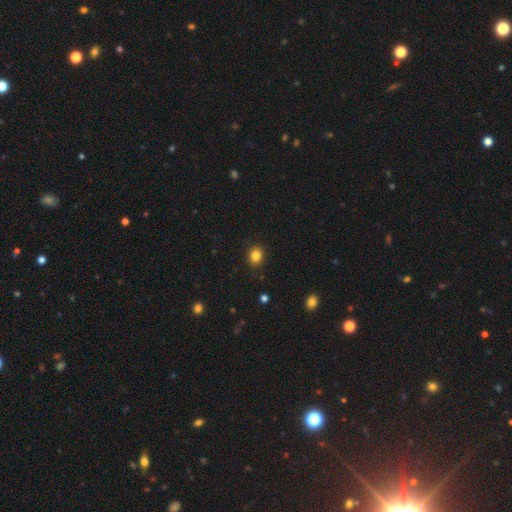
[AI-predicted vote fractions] Morphology: type=smooth (84%); roundness=round (57%); merging=none (89%).